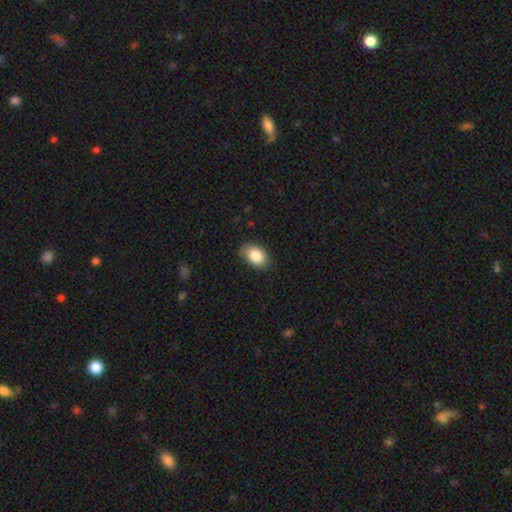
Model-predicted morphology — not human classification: The model was most divided on "merging": none: 78%, minor disturbance: 17%, major disturbance: 3%, merger: 1%. More confident: smooth or featured — smooth (85%); how rounded — in between (83%).